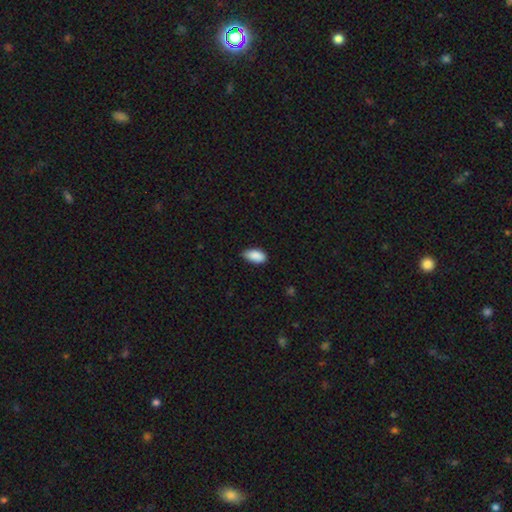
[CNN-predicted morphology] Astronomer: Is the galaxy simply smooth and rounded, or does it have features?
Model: smooth — 89%.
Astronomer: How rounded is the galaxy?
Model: in between — 93%.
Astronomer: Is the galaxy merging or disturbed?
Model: none — 70%.